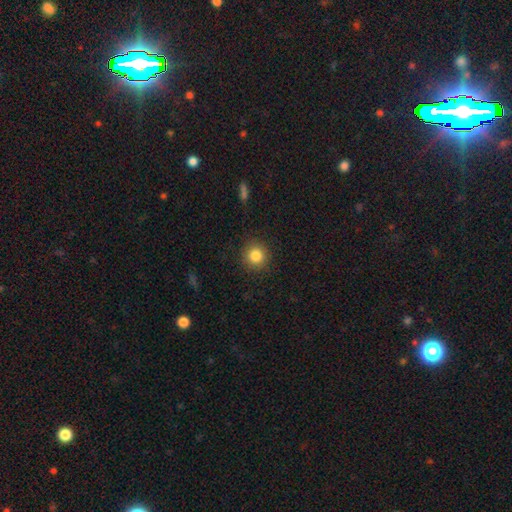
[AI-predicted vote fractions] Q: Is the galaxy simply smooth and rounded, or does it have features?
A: smooth — 84%.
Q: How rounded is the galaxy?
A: round — 93%.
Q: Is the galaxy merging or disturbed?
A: none — 89%.